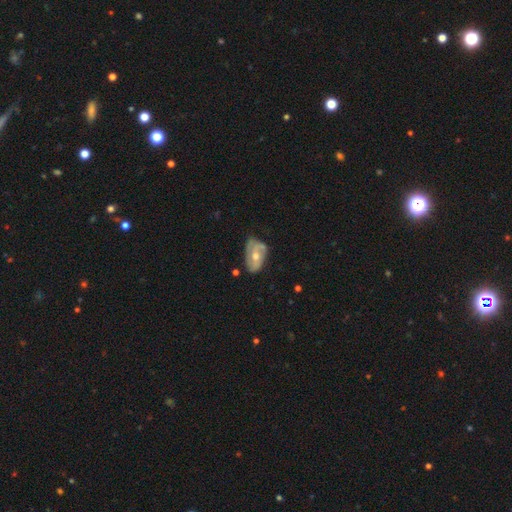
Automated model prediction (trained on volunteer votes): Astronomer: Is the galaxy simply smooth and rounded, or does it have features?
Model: featured or disk — 64%.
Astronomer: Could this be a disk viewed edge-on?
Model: no — 95%.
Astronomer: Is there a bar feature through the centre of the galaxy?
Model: no — 61%.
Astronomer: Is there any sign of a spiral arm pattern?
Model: yes — 76%.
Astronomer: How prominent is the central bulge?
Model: moderate — 70%.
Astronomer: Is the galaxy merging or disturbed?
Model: none — 47% (runner-up: minor disturbance, 36%).